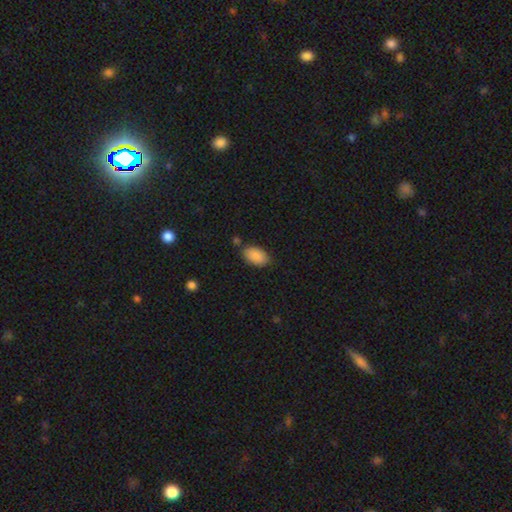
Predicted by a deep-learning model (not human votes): Smooth or featured?
  - smooth: 89% *
  - star or artifact: 7%
  - featured or disk: 4%
How rounded?
  - in between: 93% *
  - round: 6%
  - cigar-shaped: 2%
Merging?
  - none: 79% *
  - minor disturbance: 14%
  - merger: 4%
  - major disturbance: 3%